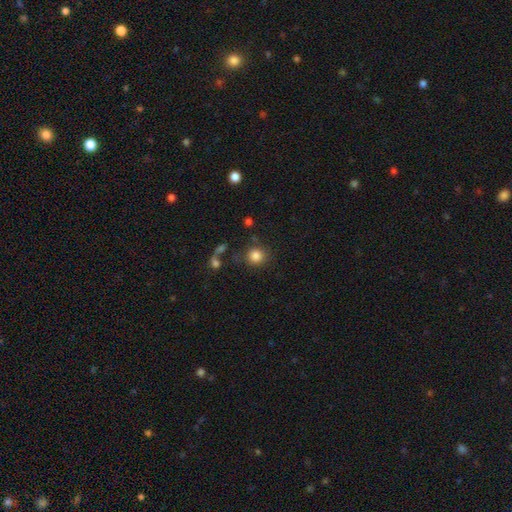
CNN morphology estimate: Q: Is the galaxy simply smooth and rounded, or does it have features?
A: smooth — 84%.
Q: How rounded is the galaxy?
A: round — 91%.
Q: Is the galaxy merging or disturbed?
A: none — 78%.